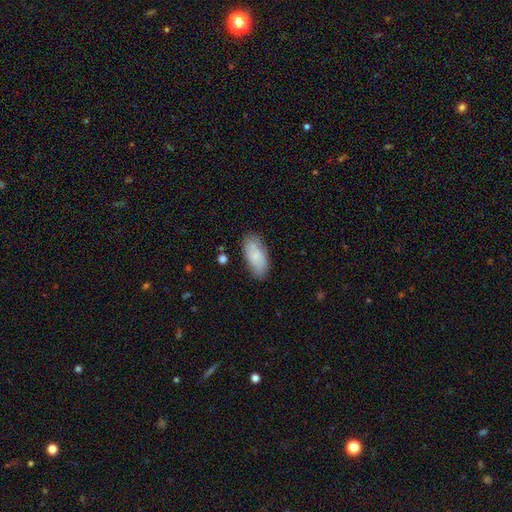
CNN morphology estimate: Smooth or featured? smooth (78%)
How rounded? in between (90%)
Merging? none (78%)